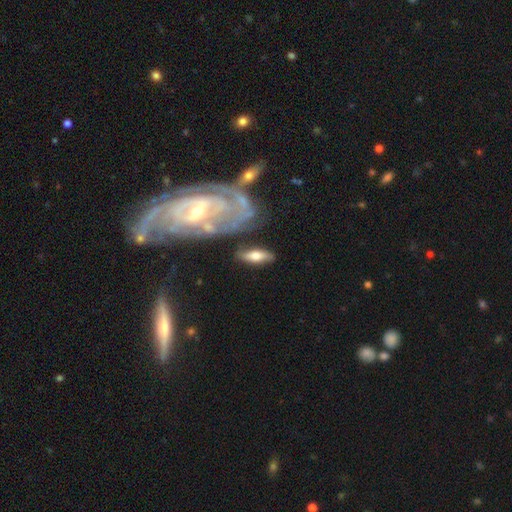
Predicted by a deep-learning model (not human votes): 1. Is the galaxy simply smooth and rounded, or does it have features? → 52% smooth, 42% featured or disk, 6% star or artifact.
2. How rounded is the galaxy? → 64% in between, 33% cigar-shaped, 3% round.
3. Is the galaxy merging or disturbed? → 72% none, 16% minor disturbance, 7% merger, 5% major disturbance.